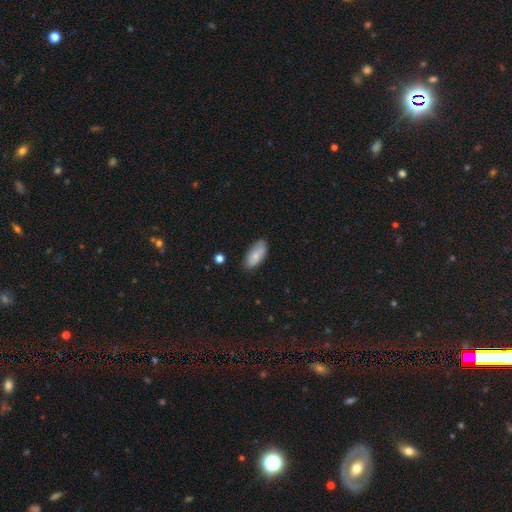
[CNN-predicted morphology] Overall: smooth (78%). How rounded: in between (88%). Merging: none (78%).